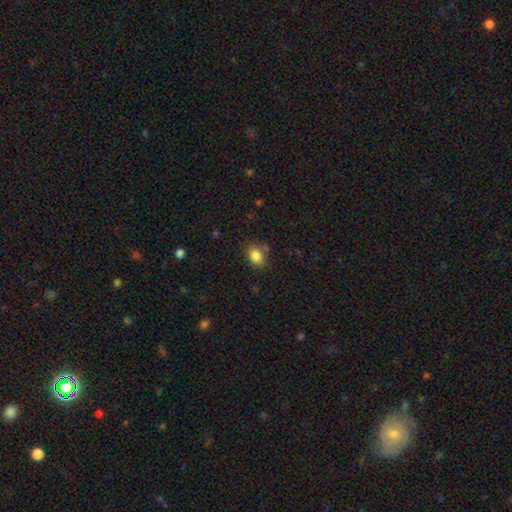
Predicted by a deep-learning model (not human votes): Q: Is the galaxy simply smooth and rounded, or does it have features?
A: smooth — 84%.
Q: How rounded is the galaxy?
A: in between — 62%.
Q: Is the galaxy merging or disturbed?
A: none — 72%.